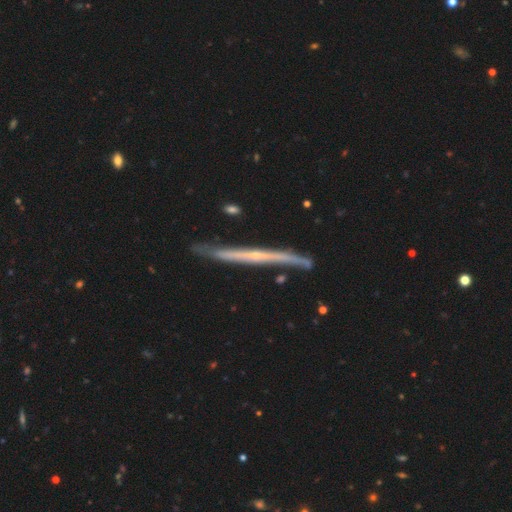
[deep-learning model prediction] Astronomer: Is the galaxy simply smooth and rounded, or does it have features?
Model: featured or disk — 74%.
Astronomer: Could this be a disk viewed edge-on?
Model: yes — 93%.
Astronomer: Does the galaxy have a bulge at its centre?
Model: none — 64%.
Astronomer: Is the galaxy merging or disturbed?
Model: none — 76%.